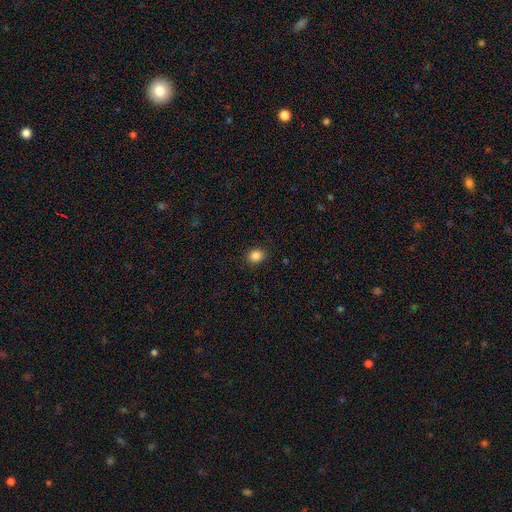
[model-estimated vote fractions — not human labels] Smooth or featured? smooth (86%)
How rounded? round (63%)
Merging? none (89%)